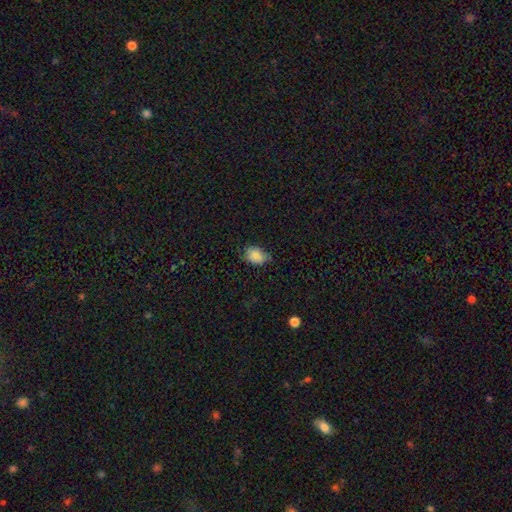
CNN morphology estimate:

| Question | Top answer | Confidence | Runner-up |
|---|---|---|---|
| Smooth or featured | smooth | 85% | star or artifact (8%) |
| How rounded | in between | 76% | round (23%) |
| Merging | none | 64% | minor disturbance (29%) |